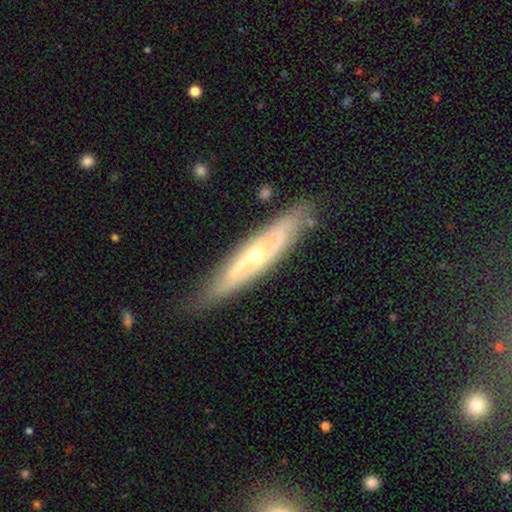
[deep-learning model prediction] A featured or disk galaxy (71%).

Vote fractions:
- Smooth or featured? featured or disk: 71% / smooth: 23% / star or artifact: 6%
- Edge-on disk? no: 52% / yes: 48%
- Merging? none: 78% / minor disturbance: 16% / major disturbance: 4% / merger: 2%